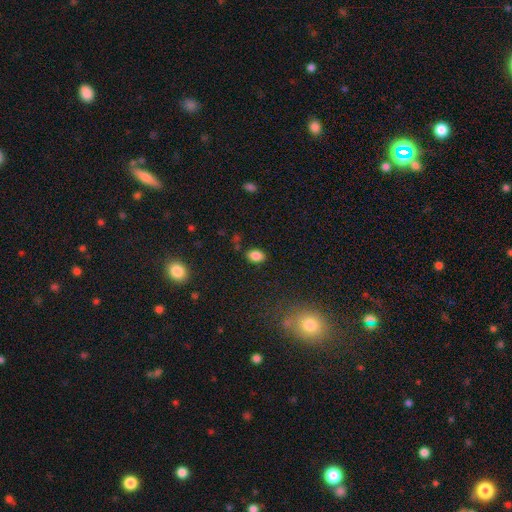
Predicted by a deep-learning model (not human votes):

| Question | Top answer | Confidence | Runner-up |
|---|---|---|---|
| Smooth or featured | smooth | 85% | star or artifact (10%) |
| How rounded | in between | 85% | round (14%) |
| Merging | none | 80% | minor disturbance (14%) |